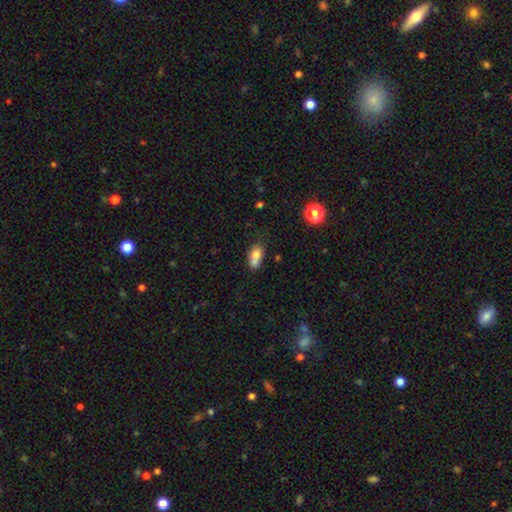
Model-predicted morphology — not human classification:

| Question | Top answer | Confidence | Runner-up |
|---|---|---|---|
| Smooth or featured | smooth | 73% | featured or disk (16%) |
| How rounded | in between | 76% | round (18%) |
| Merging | merger | 42% | none (34%) |